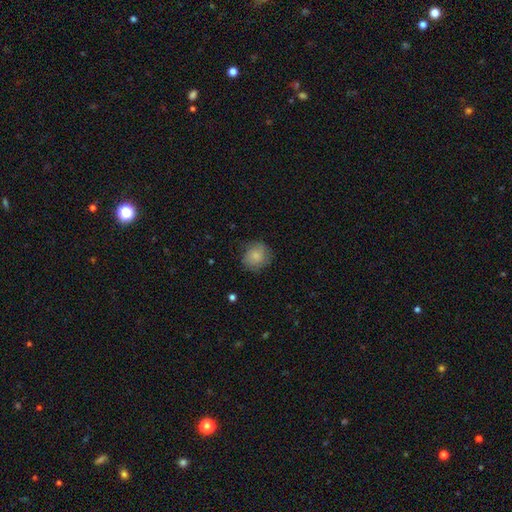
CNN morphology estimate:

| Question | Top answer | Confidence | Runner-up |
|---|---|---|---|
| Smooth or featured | smooth | 80% | featured or disk (12%) |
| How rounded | round | 83% | in between (16%) |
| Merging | none | 73% | minor disturbance (20%) |